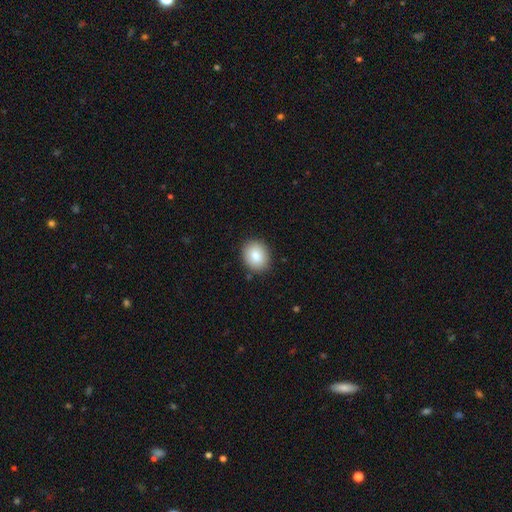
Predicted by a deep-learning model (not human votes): Smooth or featured? smooth (86%)
How rounded? round (52%)
Merging? none (87%)